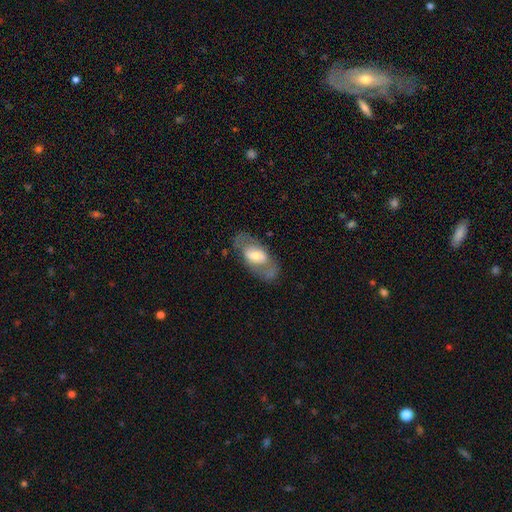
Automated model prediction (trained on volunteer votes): smooth-or-featured: featured or disk: 53% | smooth: 40% | star or artifact: 6%
  disk-edge-on: no: 88% | yes: 12%
  merging: none: 68% | minor disturbance: 17% | major disturbance: 12% | merger: 2%